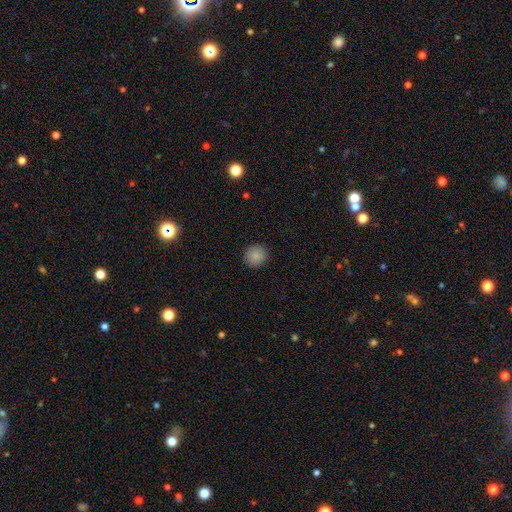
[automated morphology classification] The model was most divided on "smooth or featured": smooth: 87%, star or artifact: 9%, featured or disk: 4%. More confident: merging — none (90%); how rounded — round (90%).